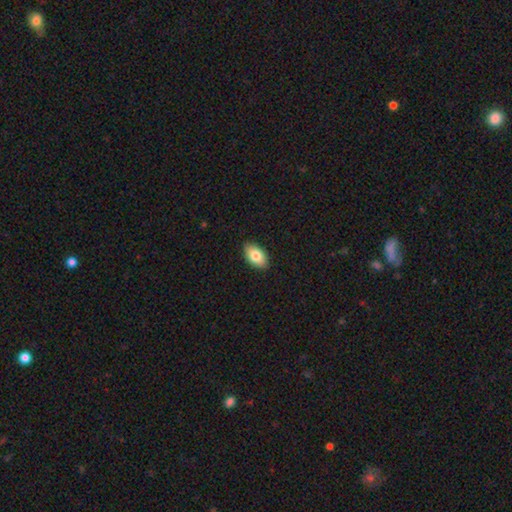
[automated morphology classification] smooth-or-featured: smooth: 81% | featured or disk: 13% | star or artifact: 7%
  how-rounded: in between: 93% | round: 5% | cigar-shaped: 2%
  merging: none: 89% | minor disturbance: 9% | major disturbance: 2% | merger: 1%